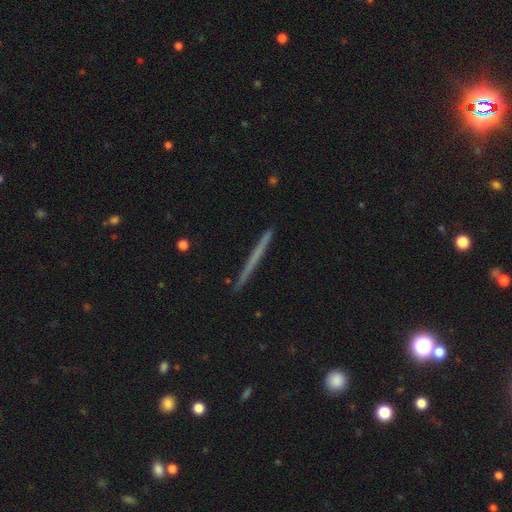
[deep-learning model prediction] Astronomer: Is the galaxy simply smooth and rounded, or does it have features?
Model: featured or disk — 48% (runner-up: smooth, 45%).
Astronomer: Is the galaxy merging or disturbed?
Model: none — 91%.